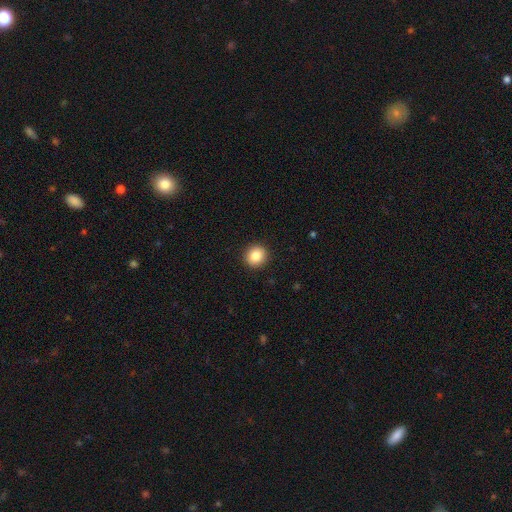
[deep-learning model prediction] Smooth or featured? Predicted: smooth (p=0.85). How rounded? Predicted: round (p=0.90). Merging? Predicted: none (p=0.92).